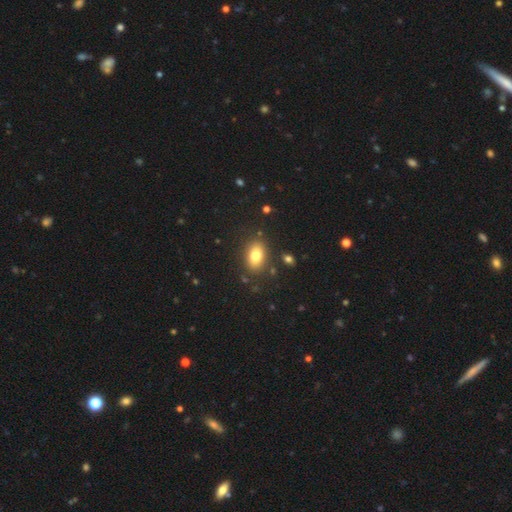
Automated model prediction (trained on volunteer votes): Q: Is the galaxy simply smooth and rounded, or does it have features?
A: smooth — 79%.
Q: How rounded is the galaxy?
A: in between — 86%.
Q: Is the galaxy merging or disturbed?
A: none — 85%.